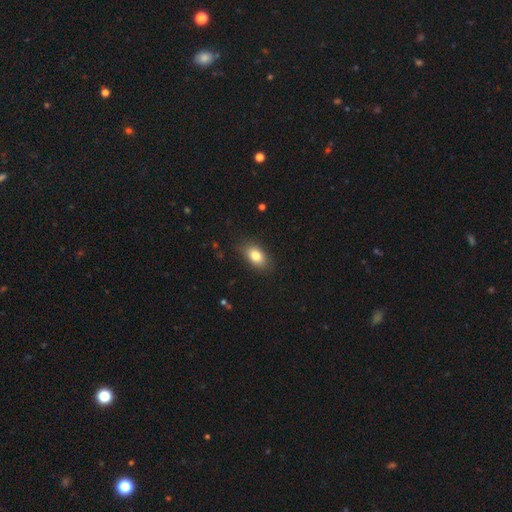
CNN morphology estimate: Smooth or featured? smooth (82%)
How rounded? in between (86%)
Merging? none (83%)